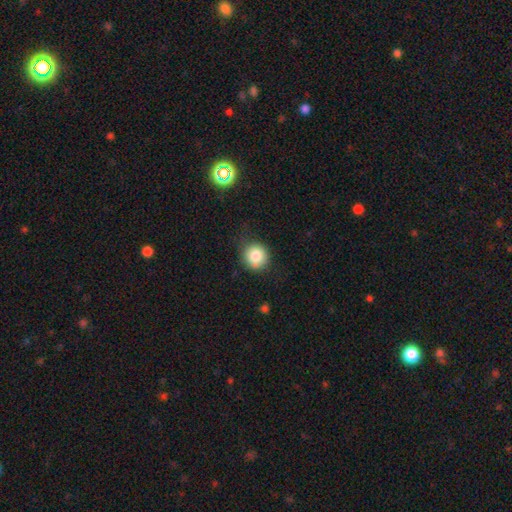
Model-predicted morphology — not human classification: The model was most divided on "merging": none: 75%, minor disturbance: 18%, major disturbance: 5%, merger: 2%. More confident: how rounded — round (88%); smooth or featured — smooth (83%).